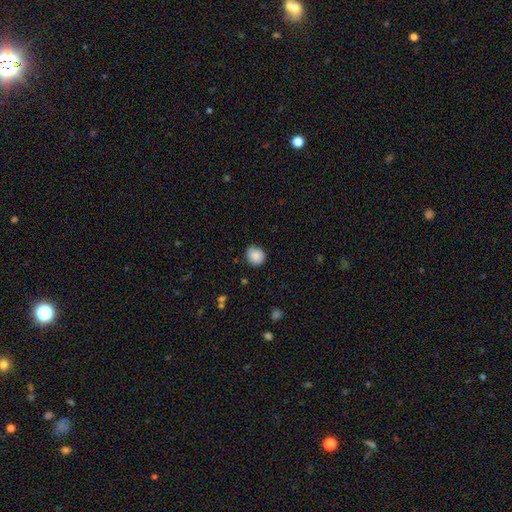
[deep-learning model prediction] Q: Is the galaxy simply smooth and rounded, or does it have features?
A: smooth — 87%.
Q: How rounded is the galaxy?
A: round — 77%.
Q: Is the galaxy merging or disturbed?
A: none — 81%.